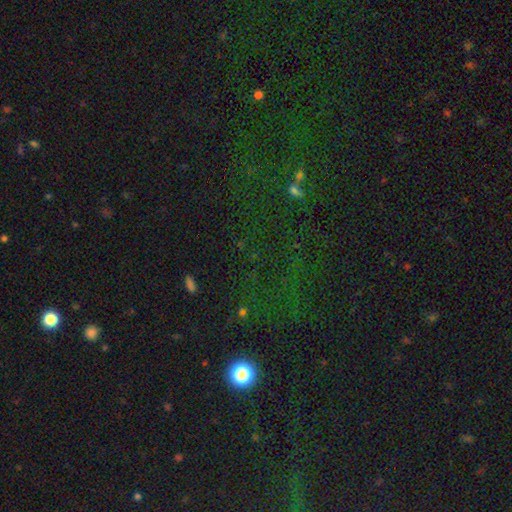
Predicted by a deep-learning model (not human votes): star or artifact 68%, smooth 22%, featured or disk 10%.